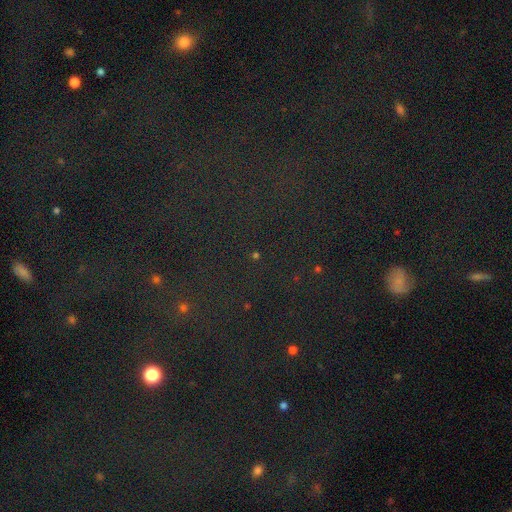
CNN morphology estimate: This appears to be a star or artifact, not a galaxy (72%).